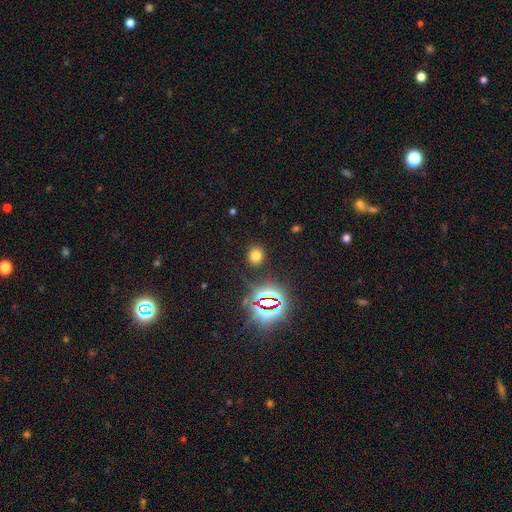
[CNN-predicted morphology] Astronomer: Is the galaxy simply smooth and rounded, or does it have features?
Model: smooth — 68%.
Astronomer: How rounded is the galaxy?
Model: round — 75%.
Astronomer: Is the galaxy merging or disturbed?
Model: none — 87%.